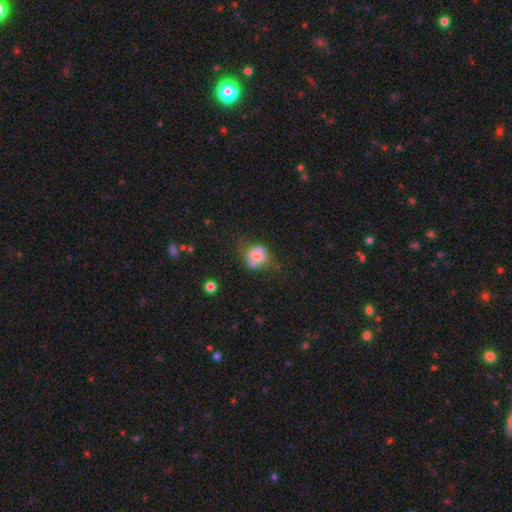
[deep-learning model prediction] This appears to be a smooth galaxy with no disk features (50%) that is round (71%). Merging: none (45%).